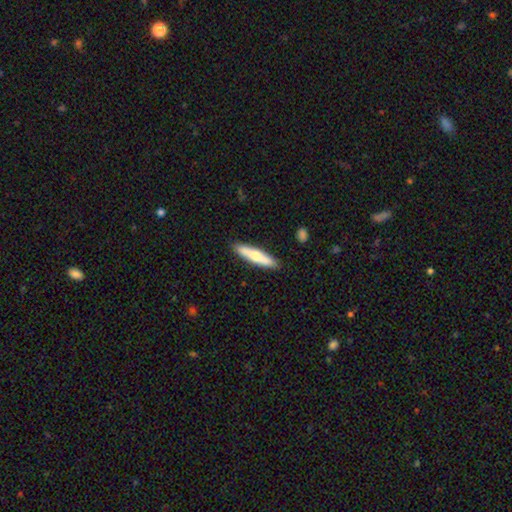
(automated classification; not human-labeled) A smooth galaxy with no disk features (63%) that is cigar-shaped (83%).

Vote fractions:
- Smooth or featured? smooth: 63% / featured or disk: 31% / star or artifact: 5%
- How rounded? cigar-shaped: 83% / in between: 15% / round: 1%
- Merging? none: 88% / minor disturbance: 9% / major disturbance: 2% / merger: 1%